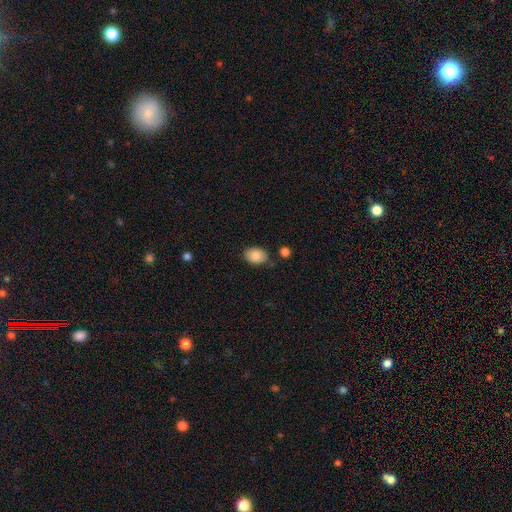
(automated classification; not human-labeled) Smooth or featured? Predicted: smooth (p=0.86). How rounded? Predicted: in between (p=0.77). Merging? Predicted: none (p=0.77).